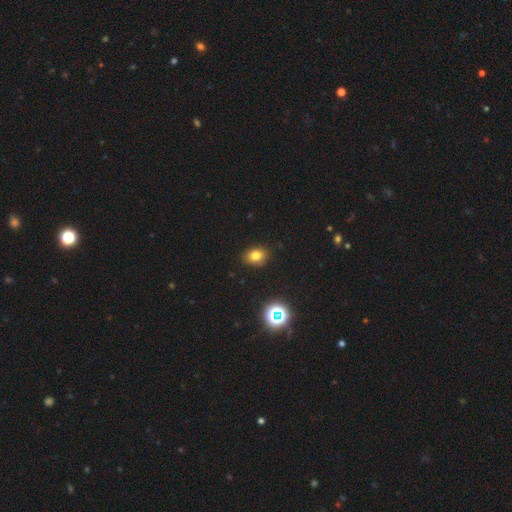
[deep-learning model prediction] smooth-or-featured: smooth: 77% | star or artifact: 15% | featured or disk: 7%
  how-rounded: in between: 61% | round: 38% | cigar-shaped: 1%
  merging: none: 86% | minor disturbance: 10% | major disturbance: 2% | merger: 1%